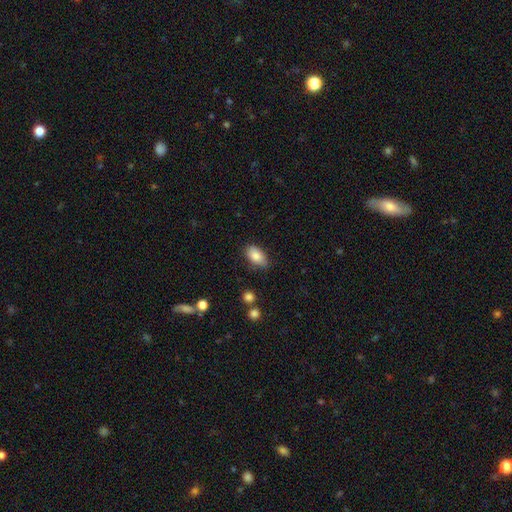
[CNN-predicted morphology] Smooth or featured? smooth (84%)
How rounded? in between (92%)
Merging? none (74%)